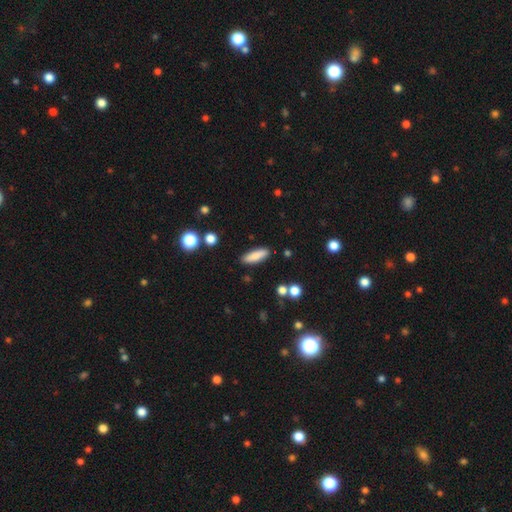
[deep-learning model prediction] Morphology: type=smooth (83%); roundness=cigar-shaped (56%); merging=none (87%).